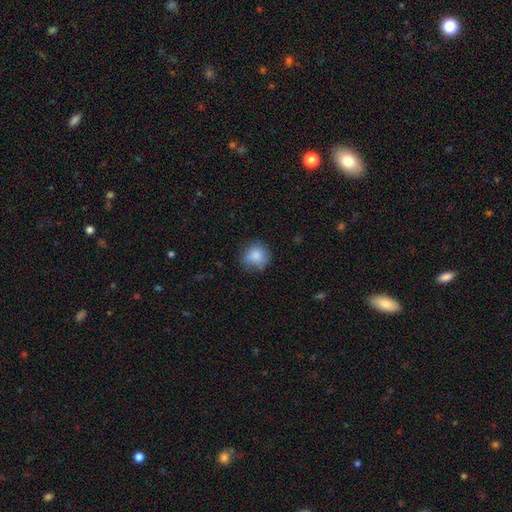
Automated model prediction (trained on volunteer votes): smooth 85%, star or artifact 9%, featured or disk 6%. Down the decision tree: how rounded — round (88%); merging — none (76%).